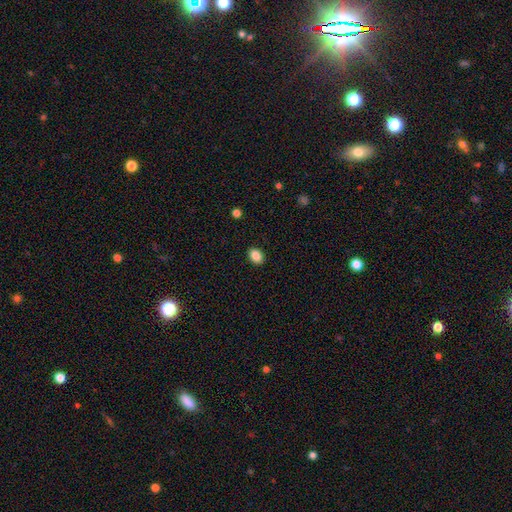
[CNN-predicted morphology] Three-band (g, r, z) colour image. It shows a smooth galaxy with no disk features (87%) that is in between round and cigar-shaped (69%). Merging: none (90%).